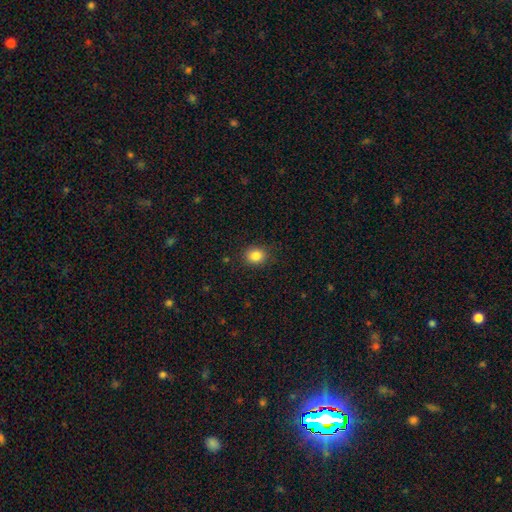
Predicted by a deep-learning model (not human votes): Smooth or featured?
  - smooth: 84% *
  - star or artifact: 10%
  - featured or disk: 5%
How rounded?
  - round: 69% *
  - in between: 30%
  - cigar-shaped: 1%
Merging?
  - none: 87% *
  - minor disturbance: 9%
  - major disturbance: 3%
  - merger: 1%